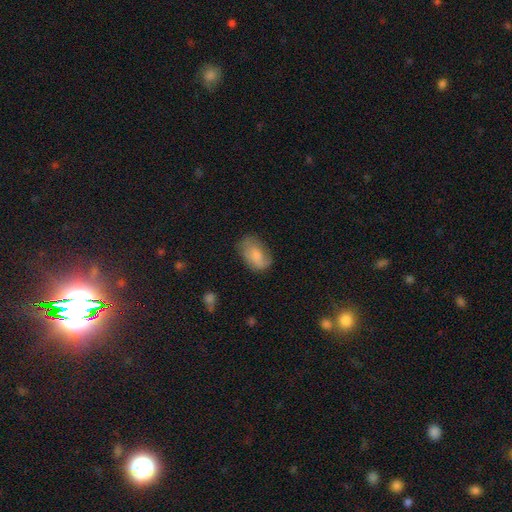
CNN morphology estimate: Smooth or featured? smooth (69%)
How rounded? in between (89%)
Merging? none (61%)